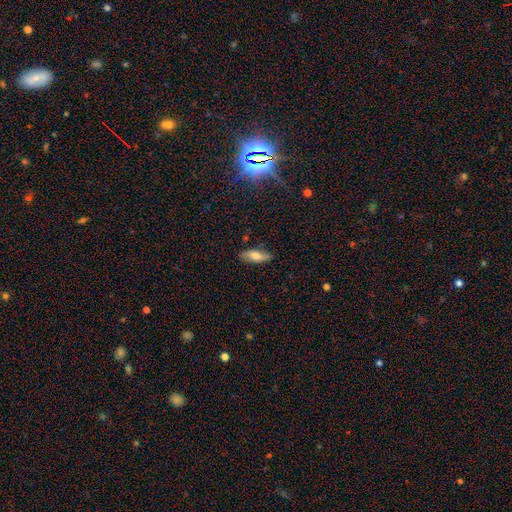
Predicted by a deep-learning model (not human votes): Smooth or featured?
  - smooth: 72% *
  - featured or disk: 21%
  - star or artifact: 7%
How rounded?
  - in between: 69% *
  - cigar-shaped: 29%
  - round: 2%
Merging?
  - none: 81% *
  - minor disturbance: 15%
  - major disturbance: 3%
  - merger: 1%